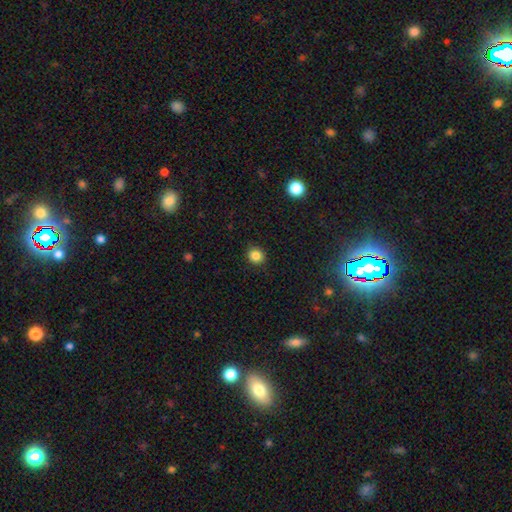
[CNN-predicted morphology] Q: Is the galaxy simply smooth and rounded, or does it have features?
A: smooth — 84%.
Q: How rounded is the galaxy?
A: round — 86%.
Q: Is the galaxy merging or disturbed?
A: none — 89%.